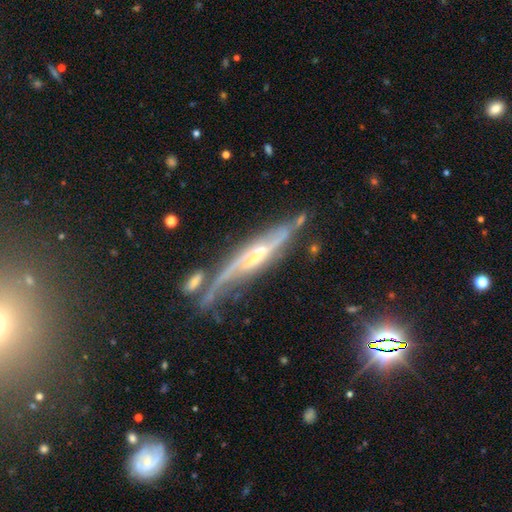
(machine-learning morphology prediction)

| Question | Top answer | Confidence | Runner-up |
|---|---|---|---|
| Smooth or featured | featured or disk | 83% | smooth (11%) |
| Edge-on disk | yes | 58% | no (42%) |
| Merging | none | 48% | minor disturbance (22%) |